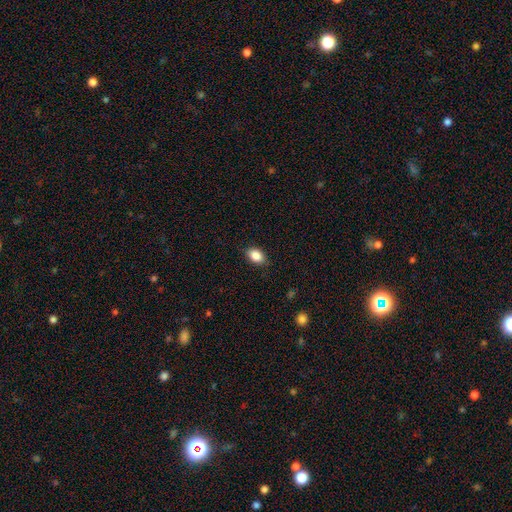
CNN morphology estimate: smooth 87%, star or artifact 8%, featured or disk 5%. Down the decision tree: how rounded — in between (84%); merging — none (85%).